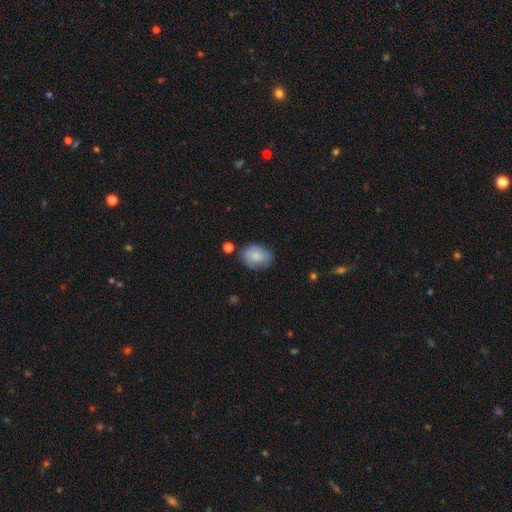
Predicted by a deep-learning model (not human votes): Q: Smooth or featured?
A: smooth (79%); runner-up: featured or disk (14%)
Q: How rounded?
A: in between (63%); runner-up: round (36%)
Q: Merging?
A: none (69%); runner-up: minor disturbance (21%)